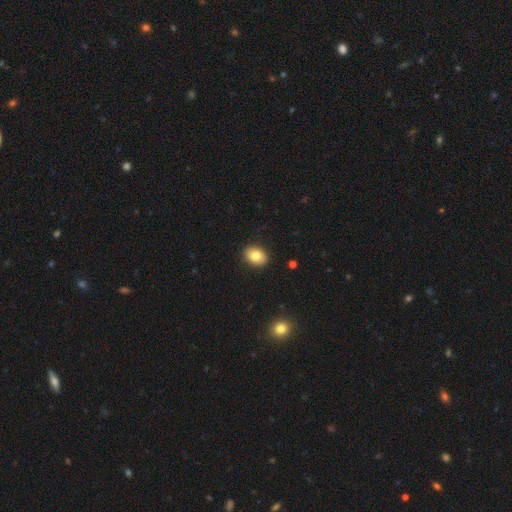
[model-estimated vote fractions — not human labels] Overall: smooth (81%). How rounded: in between (75%). Merging: none (90%).